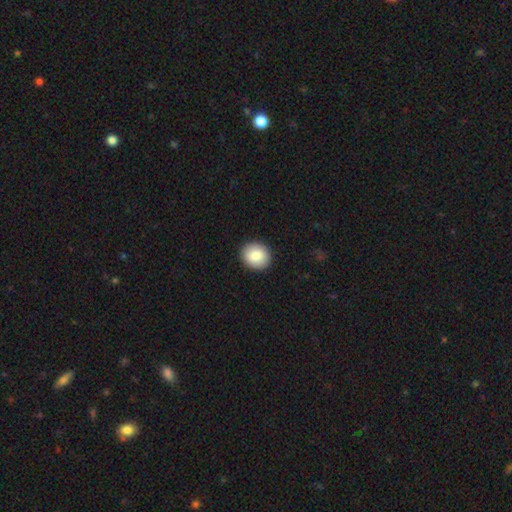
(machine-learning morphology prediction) The model was most divided on "how rounded": round: 74%, in between: 25%, cigar-shaped: 1%. More confident: merging — none (91%); smooth or featured — smooth (86%).